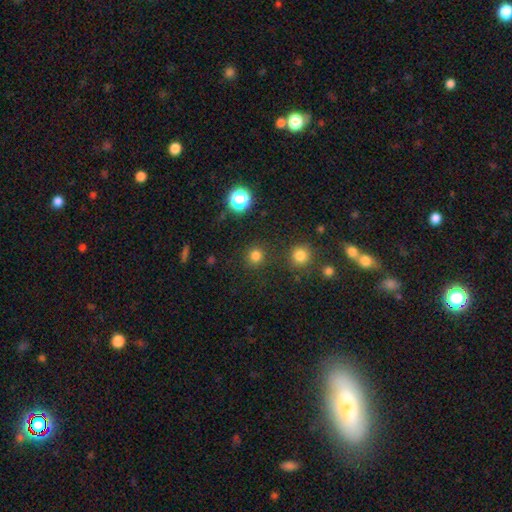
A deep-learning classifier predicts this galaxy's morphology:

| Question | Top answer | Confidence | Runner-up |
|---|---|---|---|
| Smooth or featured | smooth | 78% | star or artifact (18%) |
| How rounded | round | 93% | in between (6%) |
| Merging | none | 88% | minor disturbance (6%) |